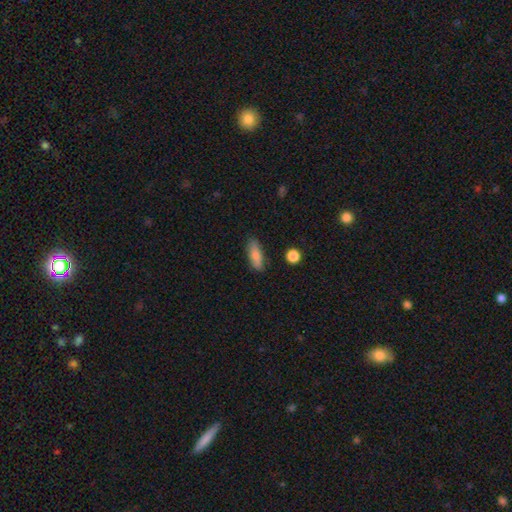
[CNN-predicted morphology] This appears to be a smooth galaxy with no disk features (82%) that is in between round and cigar-shaped (66%). Merging: none (83%).